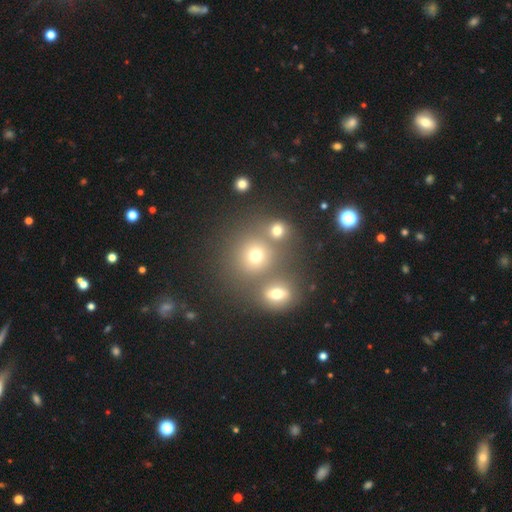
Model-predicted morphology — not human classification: A smooth galaxy with no disk features (67%) that is round (83%).

Vote fractions:
- Smooth or featured? smooth: 67% / star or artifact: 20% / featured or disk: 13%
- How rounded? round: 83% / in between: 16% / cigar-shaped: 1%
- Merging? none: 56% / merger: 33% / minor disturbance: 8% / major disturbance: 4%